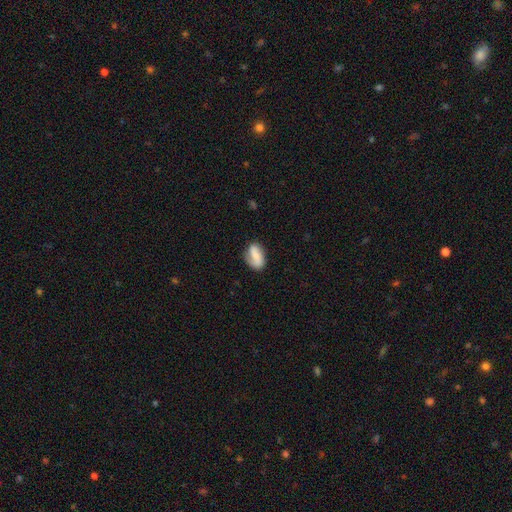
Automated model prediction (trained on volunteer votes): Overall: smooth (54%; featured or disk 38%). How rounded: in between (88%). Merging: none (65%).